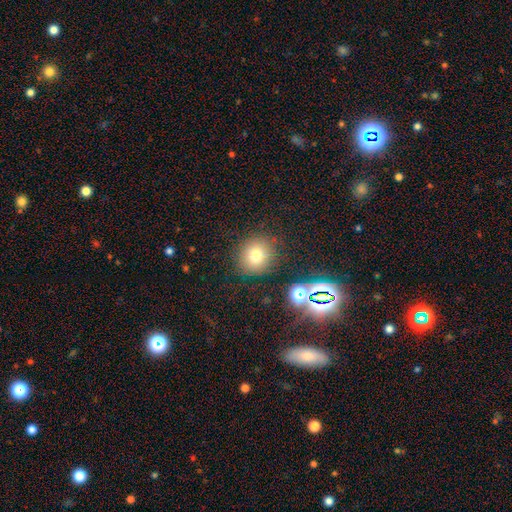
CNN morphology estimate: A smooth galaxy with no disk features (75%) that is round (88%).

Vote fractions:
- Smooth or featured? smooth: 75% / star or artifact: 16% / featured or disk: 10%
- How rounded? round: 88% / in between: 11% / cigar-shaped: 1%
- Merging? none: 85% / minor disturbance: 9% / major disturbance: 3% / merger: 3%